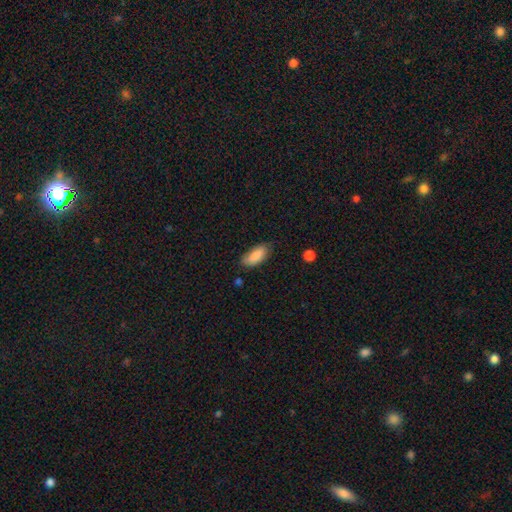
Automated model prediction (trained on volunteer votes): This appears to be a smooth galaxy with no disk features (86%) that is in between round and cigar-shaped (85%). Merging: none (71%).